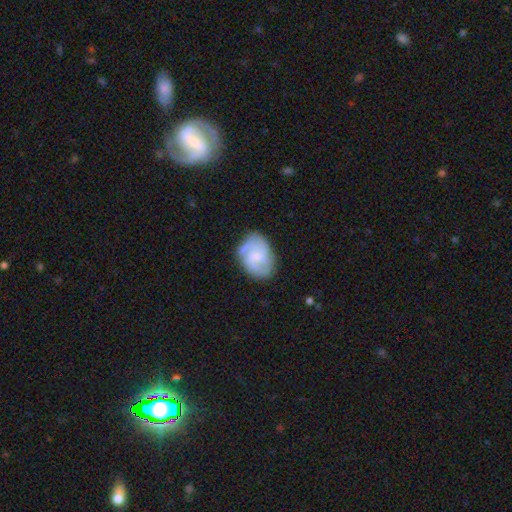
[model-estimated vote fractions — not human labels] smooth-or-featured: featured or disk: 70% | smooth: 24% | star or artifact: 6%
  disk-edge-on: no: 98% | yes: 2%
    bar: weak: 50% | no: 42% | strong: 8%
    has-spiral-arms: yes: 92% | no: 8%
      spiral-winding: medium: 47% | tight: 36% | loose: 17%
      spiral-arm-count: 2: 40% | 3: 27% | can't tell: 21% | 4: 5% | 1: 4% | more than 4: 3%
    bulge-size: small: 51% | moderate: 30% | none: 16% | large: 3% | dominant: 1%
  merging: none: 69% | minor disturbance: 21% | major disturbance: 7% | merger: 2%